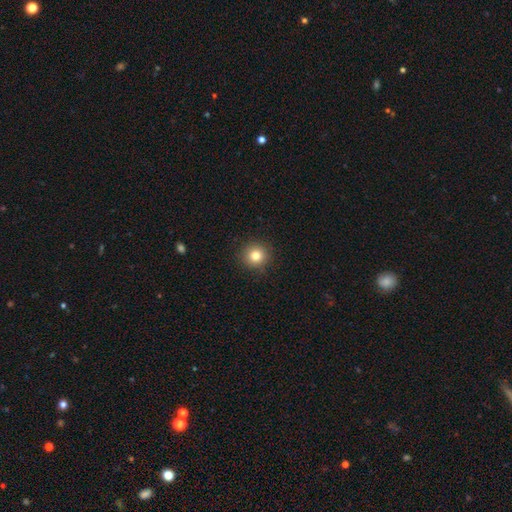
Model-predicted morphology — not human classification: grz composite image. It shows a smooth galaxy with no disk features (81%) that is round (94%). Merging: none (91%).